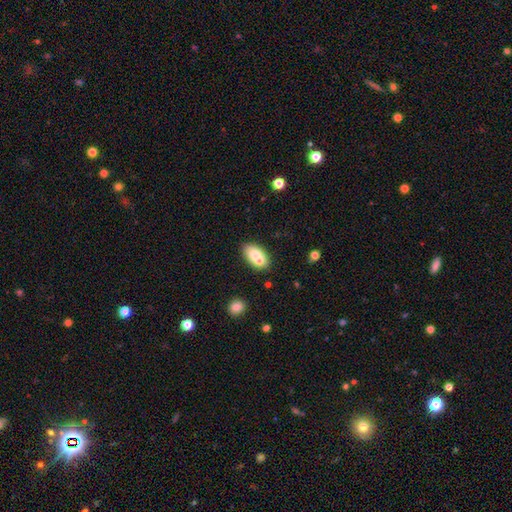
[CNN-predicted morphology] This is likely a smooth galaxy (73%). How rounded: clearly in between (91%). Merging: possibly none (55%).